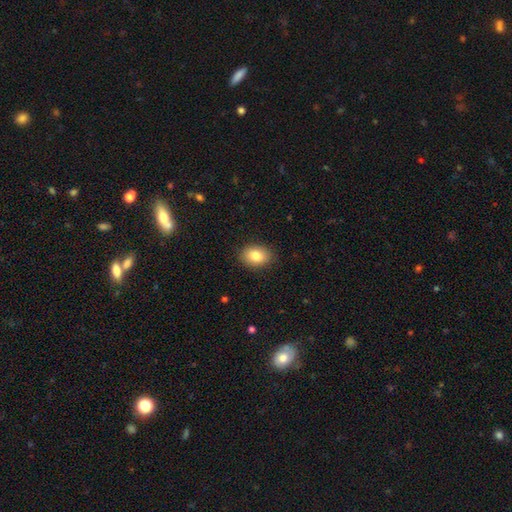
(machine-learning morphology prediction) Q: Smooth or featured?
A: smooth (83%); runner-up: featured or disk (9%)
Q: How rounded?
A: in between (71%); runner-up: round (28%)
Q: Merging?
A: none (88%); runner-up: minor disturbance (8%)